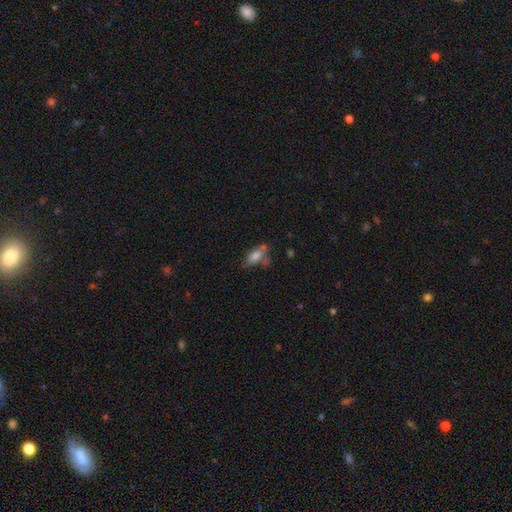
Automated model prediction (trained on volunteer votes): Morphology: type=smooth (66%); roundness=in between (75%); merging=none (51%).